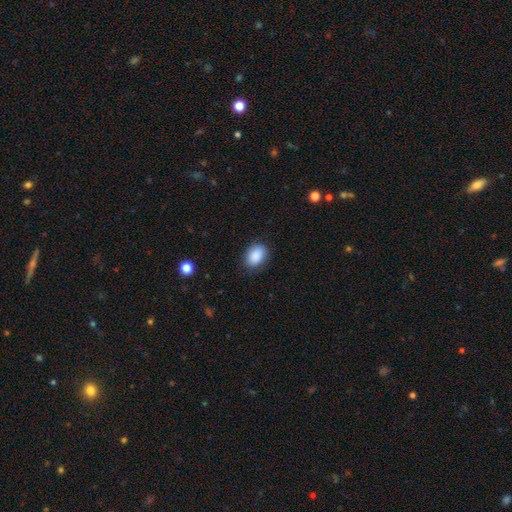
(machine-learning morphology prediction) Smooth or featured?
  - smooth: 89% *
  - star or artifact: 7%
  - featured or disk: 4%
How rounded?
  - in between: 80% *
  - round: 18%
  - cigar-shaped: 1%
Merging?
  - none: 85% *
  - minor disturbance: 11%
  - major disturbance: 3%
  - merger: 1%